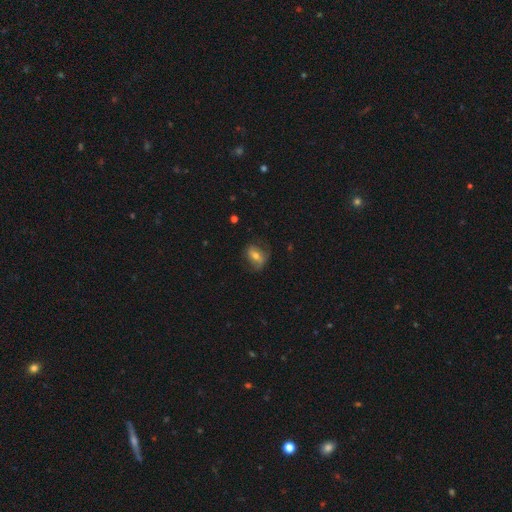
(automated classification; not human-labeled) Smooth or featured?
  - smooth: 53% *
  - featured or disk: 38%
  - star or artifact: 9%
How rounded?
  - in between: 68% *
  - round: 29%
  - cigar-shaped: 3%
Merging?
  - none: 58% *
  - minor disturbance: 26%
  - major disturbance: 14%
  - merger: 1%